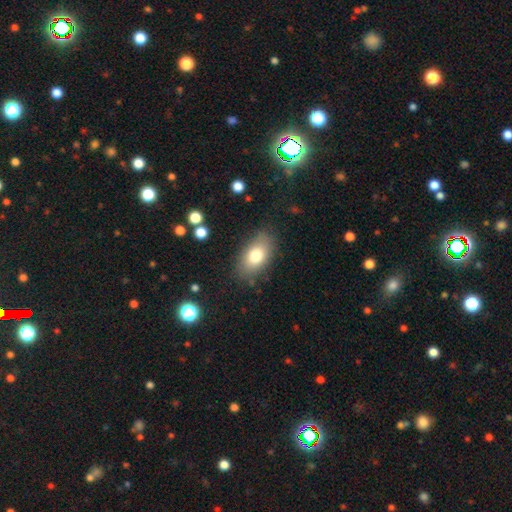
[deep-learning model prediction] Smooth or featured?
  - smooth: 77% *
  - featured or disk: 15%
  - star or artifact: 8%
How rounded?
  - in between: 89% *
  - round: 8%
  - cigar-shaped: 3%
Merging?
  - none: 81% *
  - minor disturbance: 13%
  - major disturbance: 4%
  - merger: 2%